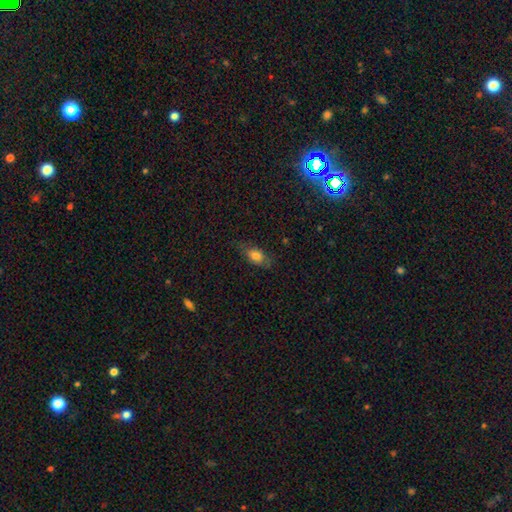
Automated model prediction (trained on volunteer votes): smooth_or_featured: smooth (p=0.75) [alt: featured or disk p=0.15]
how_rounded: in between (p=0.81) [alt: round p=0.11]
merging: none (p=0.68) [alt: minor disturbance p=0.23]